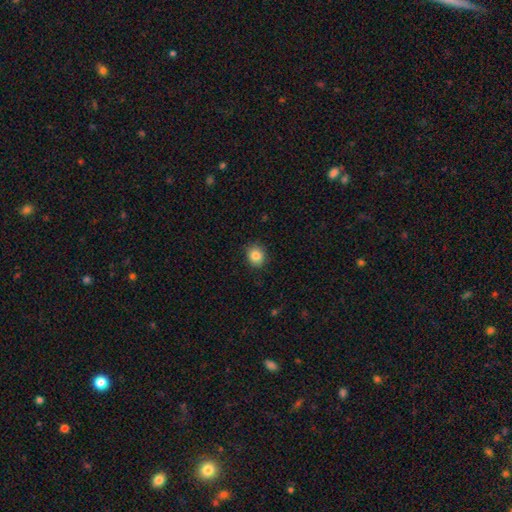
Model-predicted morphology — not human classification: This appears to be a smooth galaxy with no disk features (84%) that is round (77%). Merging: none (89%).